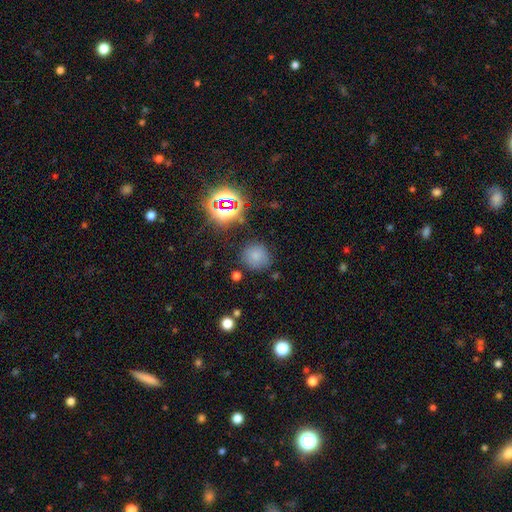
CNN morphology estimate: Smooth or featured? smooth (72%)
How rounded? round (89%)
Merging? none (81%)